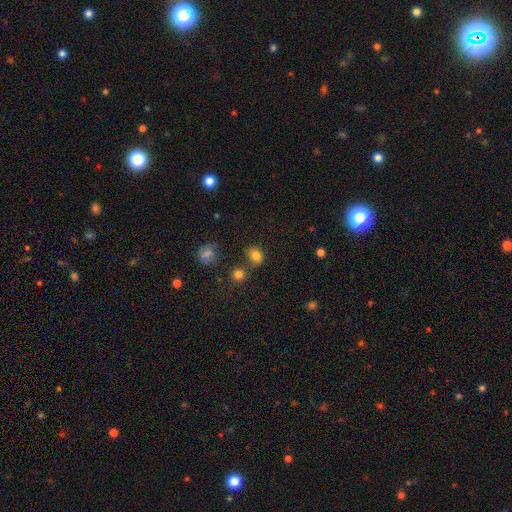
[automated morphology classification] smooth-or-featured: smooth: 80% | star or artifact: 14% | featured or disk: 6%
  how-rounded: round: 53% | in between: 46% | cigar-shaped: 1%
  merging: none: 69% | minor disturbance: 14% | merger: 13% | major disturbance: 4%